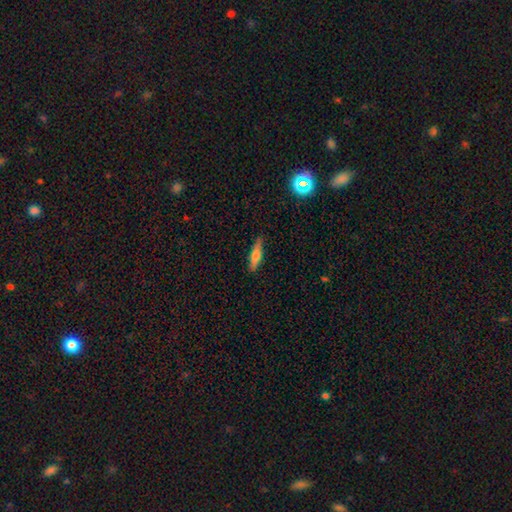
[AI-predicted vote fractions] This appears to be a smooth galaxy with no disk features (65%) that is cigar-shaped (72%). Merging: none (84%).